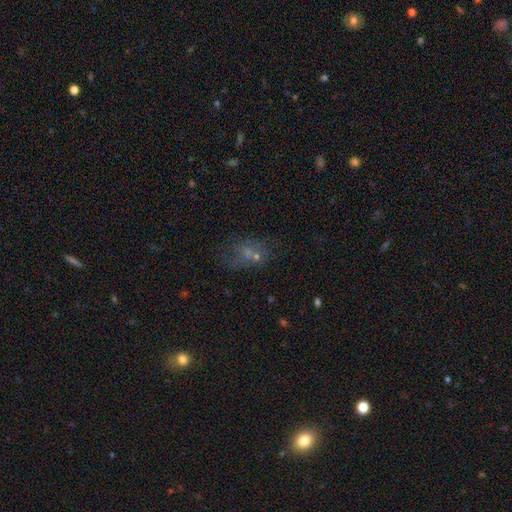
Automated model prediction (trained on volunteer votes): Smooth or featured? smooth (42%)
Merging? none (47%)